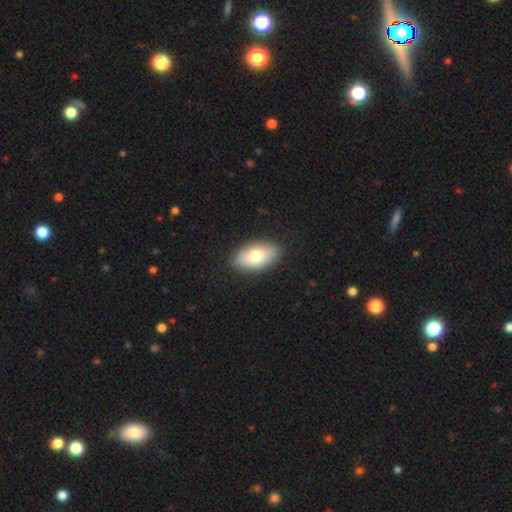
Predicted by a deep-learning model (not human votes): A smooth galaxy with no disk features (73%) that is in between round and cigar-shaped (93%).

Vote fractions:
- Smooth or featured? smooth: 73% / featured or disk: 20% / star or artifact: 7%
- How rounded? in between: 93% / round: 4% / cigar-shaped: 3%
- Merging? none: 87% / minor disturbance: 10% / major disturbance: 2% / merger: 1%